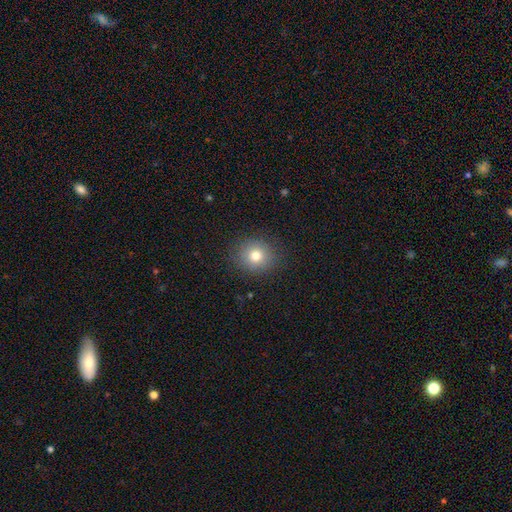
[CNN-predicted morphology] smooth_or_featured: smooth (p=0.77) [alt: star or artifact p=0.13]
how_rounded: round (p=0.83) [alt: in between p=0.16]
merging: none (p=0.87) [alt: minor disturbance p=0.09]